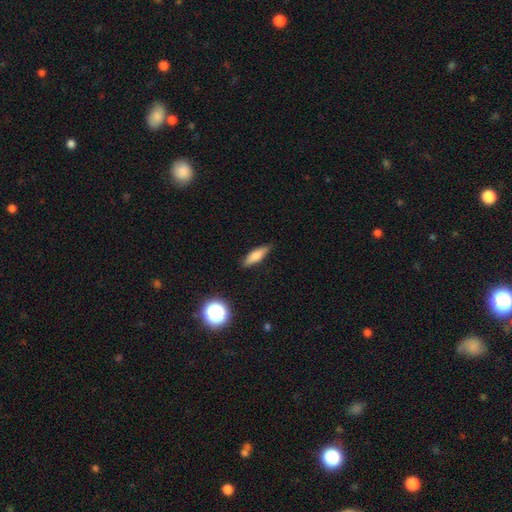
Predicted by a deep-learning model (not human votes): Smooth or featured?
  - smooth: 71% *
  - featured or disk: 21%
  - star or artifact: 8%
How rounded?
  - cigar-shaped: 56% *
  - in between: 42%
  - round: 3%
Merging?
  - none: 82% *
  - minor disturbance: 14%
  - major disturbance: 2%
  - merger: 1%